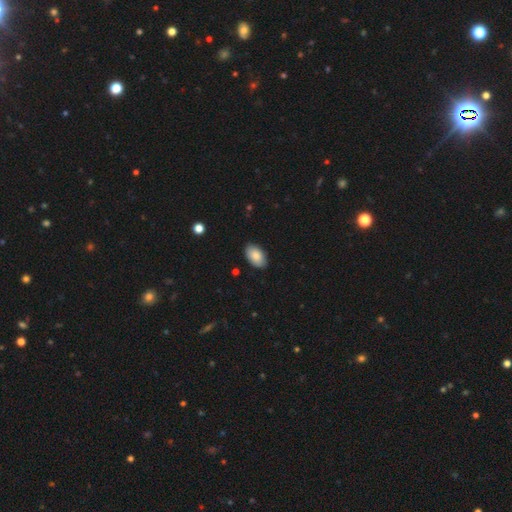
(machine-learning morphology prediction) The model was most divided on "merging": none: 88%, minor disturbance: 10%, major disturbance: 2%, merger: 1%. More confident: how rounded — in between (95%); smooth or featured — smooth (87%).